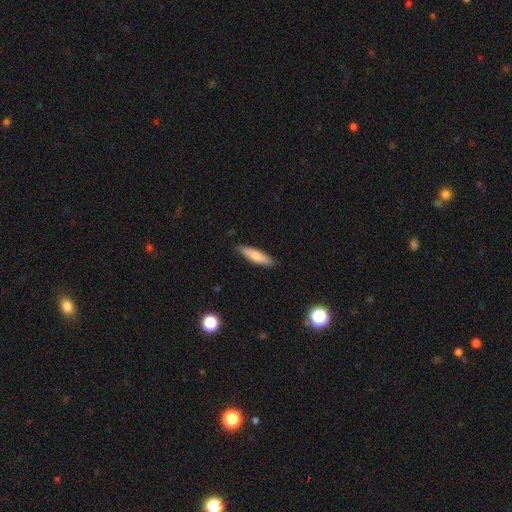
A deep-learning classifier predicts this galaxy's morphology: Smooth or featured?
  - smooth: 78% *
  - featured or disk: 16%
  - star or artifact: 6%
How rounded?
  - cigar-shaped: 69% *
  - in between: 29%
  - round: 2%
Merging?
  - none: 84% *
  - minor disturbance: 12%
  - major disturbance: 2%
  - merger: 1%